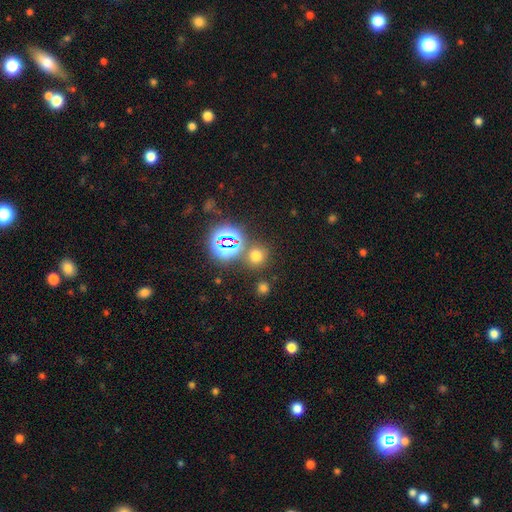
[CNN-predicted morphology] The model was most divided on "smooth or featured": smooth: 61%, star or artifact: 33%, featured or disk: 7%. More confident: how rounded — round (84%); merging — none (77%).